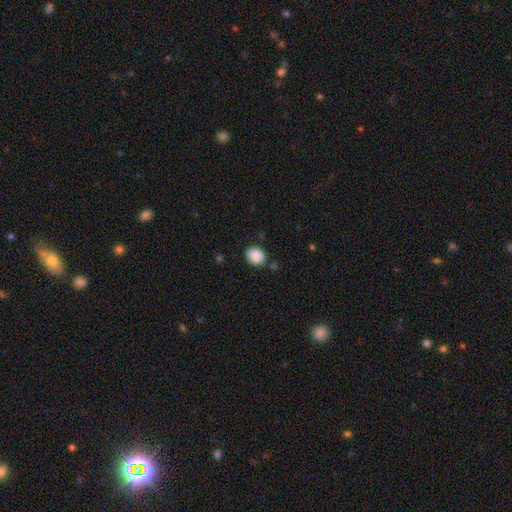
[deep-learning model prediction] This appears to be a smooth galaxy with no disk features (89%) that is round (55%). Merging: none (80%).